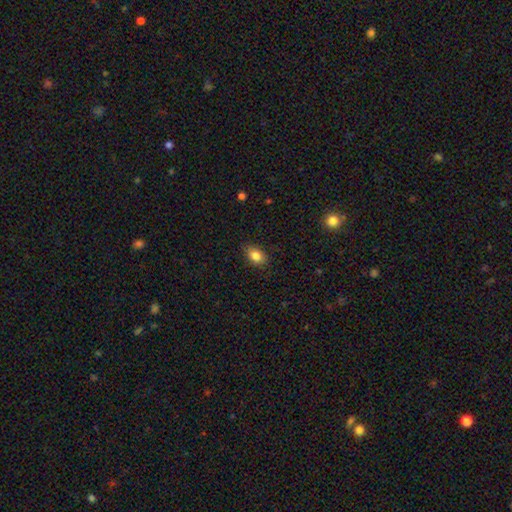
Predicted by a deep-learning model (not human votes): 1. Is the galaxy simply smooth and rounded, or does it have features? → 83% smooth, 9% star or artifact, 8% featured or disk.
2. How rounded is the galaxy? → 77% in between, 21% round, 2% cigar-shaped.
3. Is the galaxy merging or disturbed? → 81% none, 15% minor disturbance, 3% major disturbance, 1% merger.